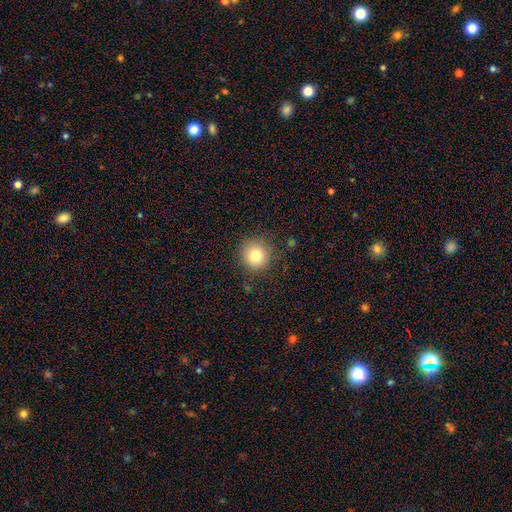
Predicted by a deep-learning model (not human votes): A smooth galaxy with no disk features (80%) that is round (93%). Merging: none (84%).